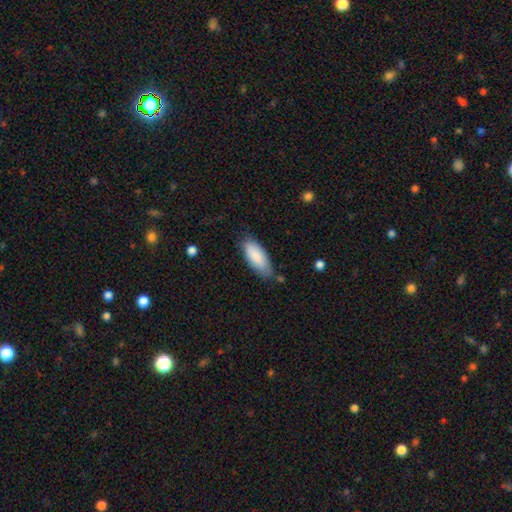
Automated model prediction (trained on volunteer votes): A smooth galaxy with no disk features (86%) that is in between round and cigar-shaped (80%). Merging: none (72%).